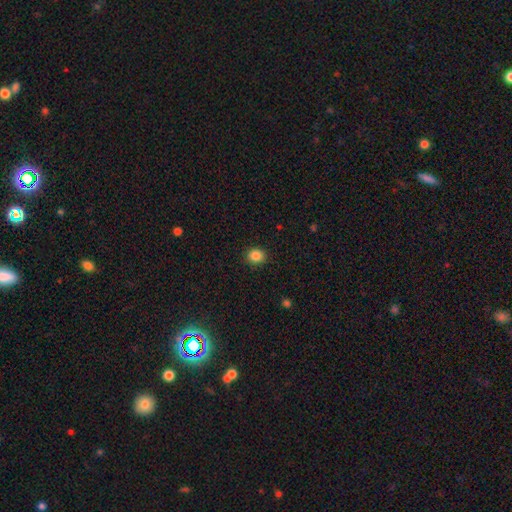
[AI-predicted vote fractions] Smooth or featured? Predicted: smooth (p=0.86). How rounded? Predicted: round (p=0.76). Merging? Predicted: none (p=0.90).